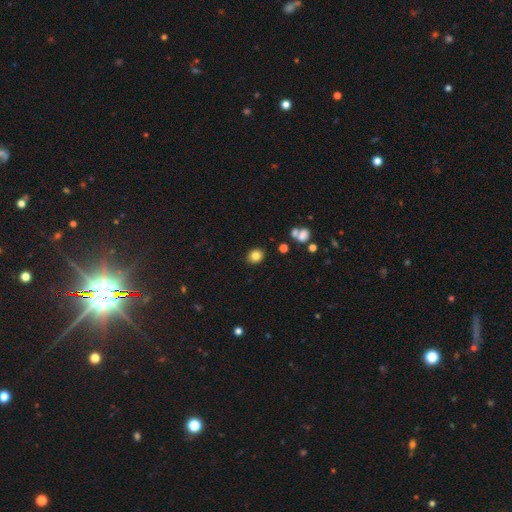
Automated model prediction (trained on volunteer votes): The model was most divided on "how rounded": round: 66%, in between: 33%, cigar-shaped: 1%. More confident: merging — none (87%); smooth or featured — smooth (81%).